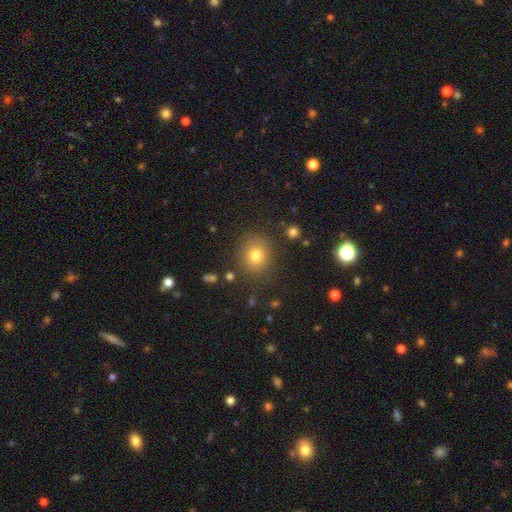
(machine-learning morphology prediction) type=smooth (75%); roundness=round (81%); merging=none (85%).